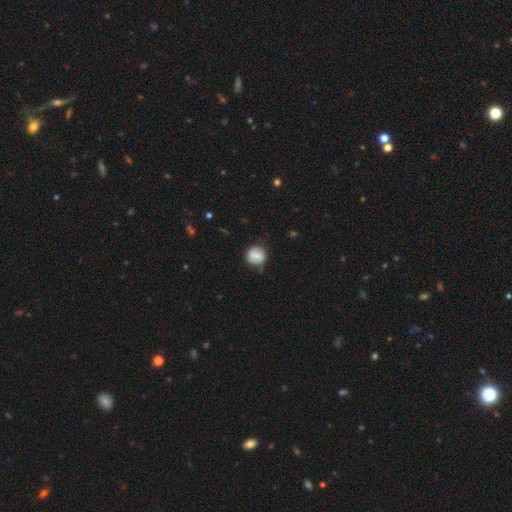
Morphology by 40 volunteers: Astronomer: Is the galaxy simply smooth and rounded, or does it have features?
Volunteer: smooth — 50% (runner-up: featured or disk, 42%).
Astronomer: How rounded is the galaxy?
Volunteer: round — 95%.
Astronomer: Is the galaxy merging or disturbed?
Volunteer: none — 84%.